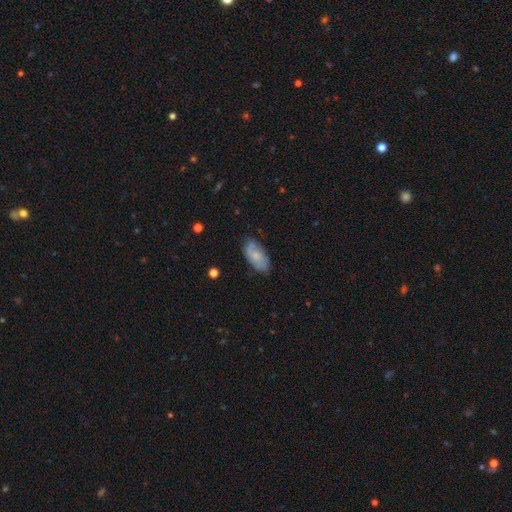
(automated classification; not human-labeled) smooth_or_featured: smooth (p=0.55) [alt: featured or disk p=0.38]
how_rounded: in between (p=0.92) [alt: cigar-shaped p=0.05]
merging: none (p=0.67) [alt: minor disturbance p=0.24]